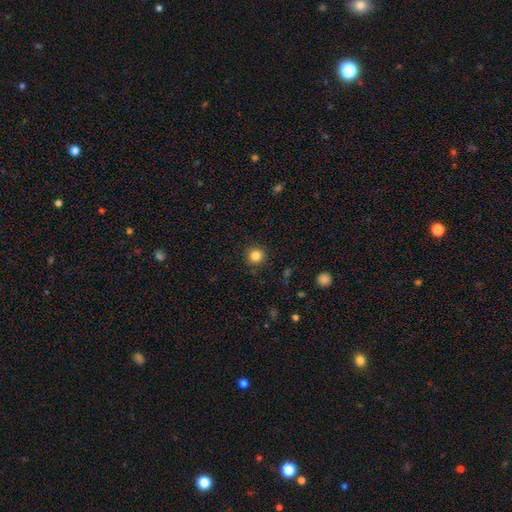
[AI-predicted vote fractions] smooth 84%, star or artifact 11%, featured or disk 5%. Down the decision tree: how rounded — round (94%); merging — none (91%).